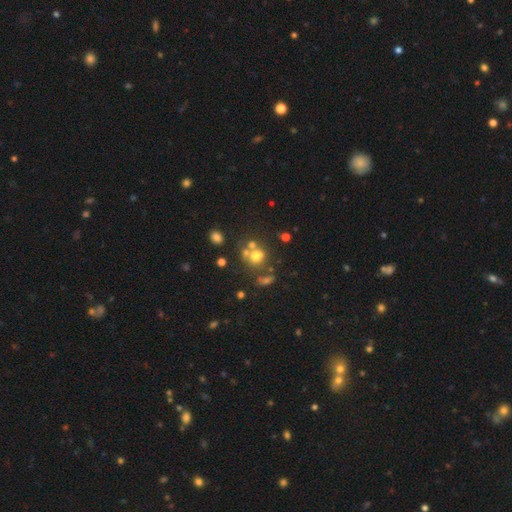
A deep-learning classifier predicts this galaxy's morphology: Smooth or featured? Predicted: smooth (p=0.64). How rounded? Predicted: round (p=0.78). Merging? Predicted: none (p=0.47).